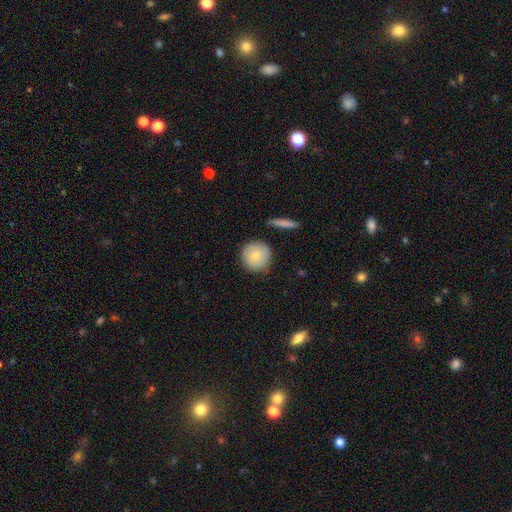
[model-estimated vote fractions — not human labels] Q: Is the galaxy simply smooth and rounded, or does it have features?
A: smooth — 77%.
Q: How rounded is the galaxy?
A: round — 93%.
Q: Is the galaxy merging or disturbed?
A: none — 83%.